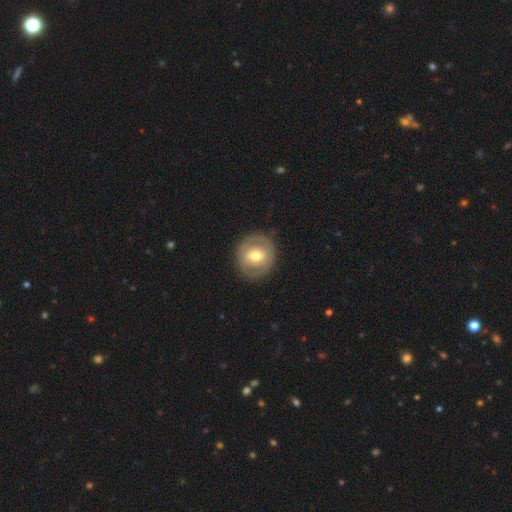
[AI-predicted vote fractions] smooth-or-featured: featured or disk: 48% | smooth: 46% | star or artifact: 6%
  merging: none: 86% | minor disturbance: 10% | major disturbance: 4% | merger: 1%